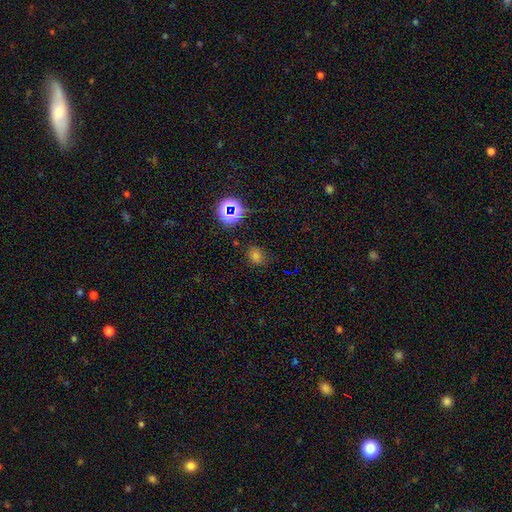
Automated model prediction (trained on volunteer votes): The model was most divided on "how rounded": in between: 51%, round: 48%, cigar-shaped: 1%. More confident: merging — none (76%); smooth or featured — smooth (64%).